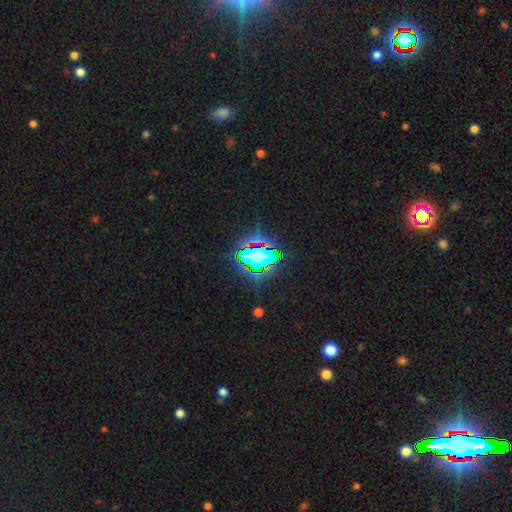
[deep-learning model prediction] Overall: star or artifact (59%; smooth 26%).